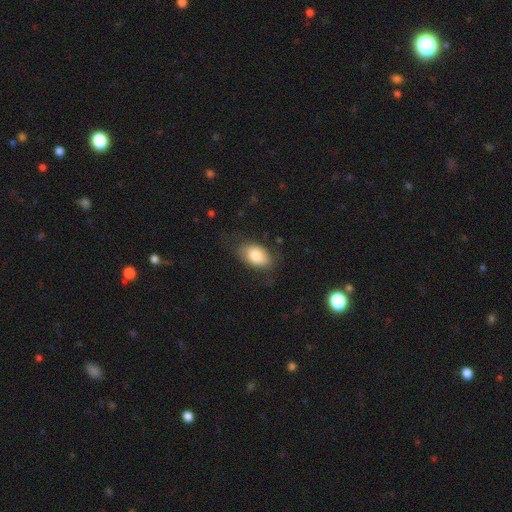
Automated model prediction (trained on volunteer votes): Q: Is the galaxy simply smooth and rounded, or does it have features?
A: smooth — 79%.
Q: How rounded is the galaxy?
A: in between — 88%.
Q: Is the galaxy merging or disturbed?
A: none — 70%.